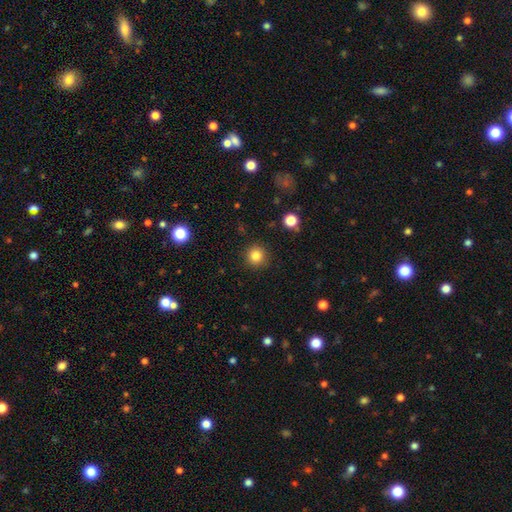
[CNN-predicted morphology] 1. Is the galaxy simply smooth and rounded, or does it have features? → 84% smooth, 11% star or artifact, 5% featured or disk.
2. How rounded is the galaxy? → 94% round, 6% in between, 1% cigar-shaped.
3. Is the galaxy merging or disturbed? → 90% none, 6% minor disturbance, 2% major disturbance, 1% merger.